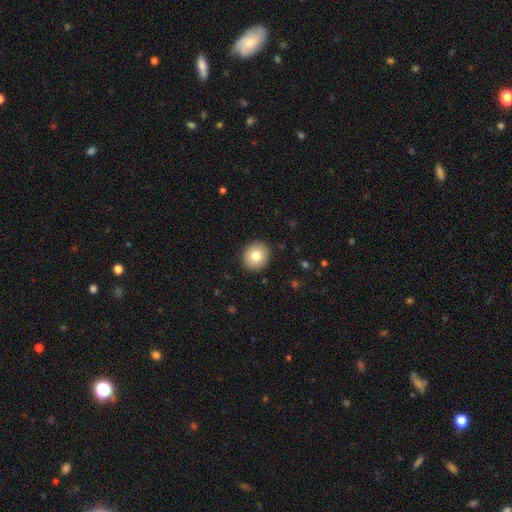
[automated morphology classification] Q: Smooth or featured?
A: smooth (79%); runner-up: featured or disk (12%)
Q: How rounded?
A: round (87%); runner-up: in between (12%)
Q: Merging?
A: none (91%); runner-up: minor disturbance (6%)